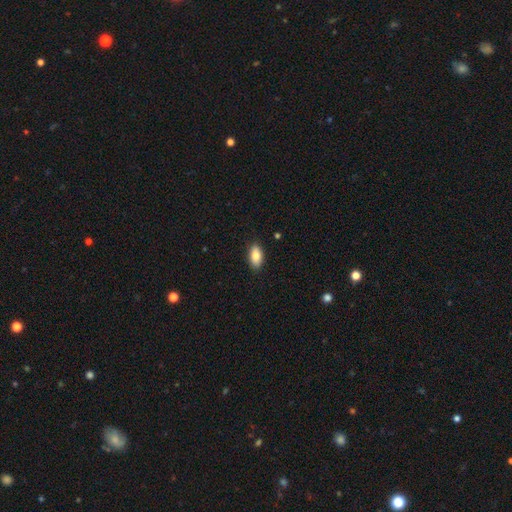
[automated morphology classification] smooth 82%, featured or disk 11%, star or artifact 7%. Down the decision tree: how rounded — in between (91%); merging — none (88%).